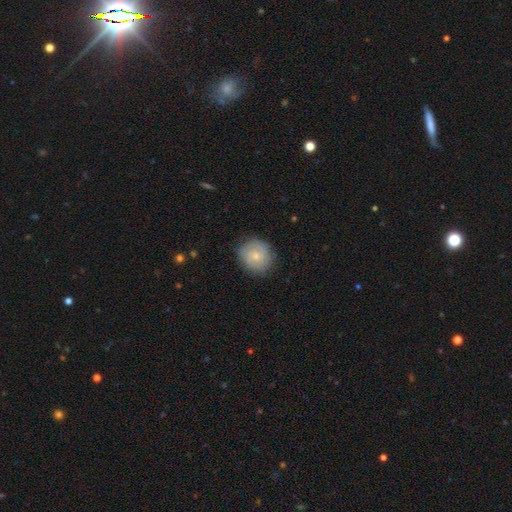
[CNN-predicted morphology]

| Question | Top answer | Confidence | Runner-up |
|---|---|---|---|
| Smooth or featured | smooth | 62% | featured or disk (31%) |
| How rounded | round | 87% | in between (12%) |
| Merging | none | 82% | minor disturbance (13%) |